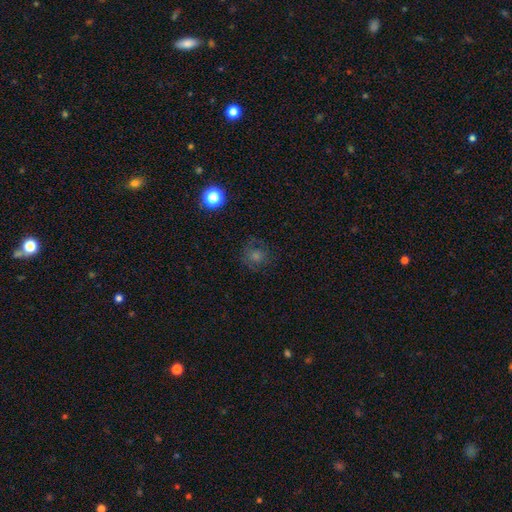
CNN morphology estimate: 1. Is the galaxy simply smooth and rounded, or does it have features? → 44% smooth, 28% featured or disk, 28% star or artifact.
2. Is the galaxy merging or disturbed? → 77% none, 14% minor disturbance, 7% major disturbance, 1% merger.